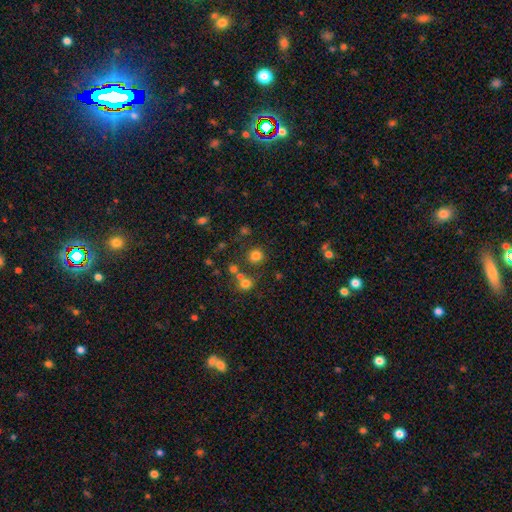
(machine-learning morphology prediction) Q: Smooth or featured?
A: smooth (77%); runner-up: star or artifact (17%)
Q: How rounded?
A: round (91%); runner-up: in between (9%)
Q: Merging?
A: none (79%); runner-up: merger (9%)